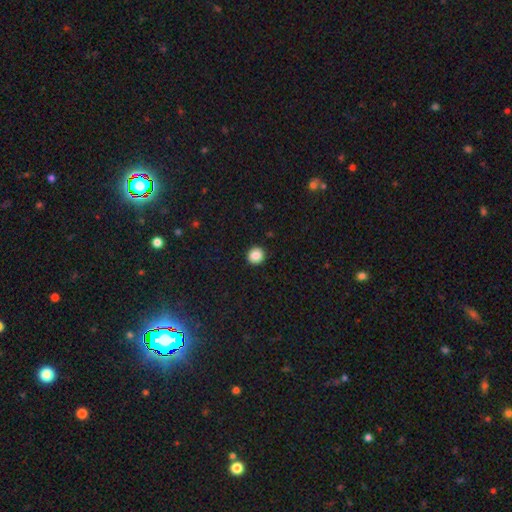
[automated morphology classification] Smooth or featured: smooth — 87% (star or artifact — 9%)
How rounded: round — 93% (in between — 6%)
Merging: none — 93% (minor disturbance — 5%)